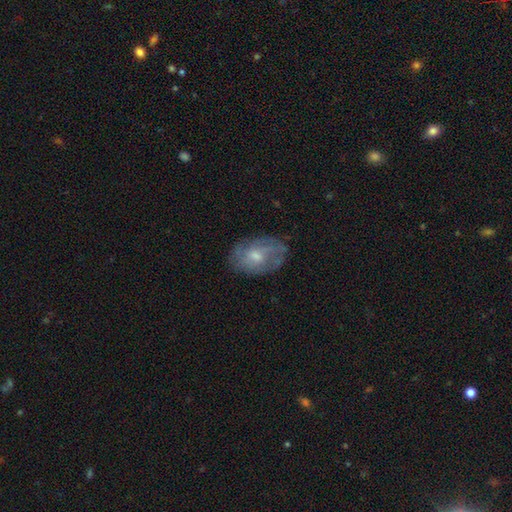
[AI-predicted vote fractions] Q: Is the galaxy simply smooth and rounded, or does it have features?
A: featured or disk — 56%.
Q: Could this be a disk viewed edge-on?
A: no — 94%.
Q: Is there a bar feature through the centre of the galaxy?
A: no — 65%.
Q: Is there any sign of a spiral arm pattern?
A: yes — 67%.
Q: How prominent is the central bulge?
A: moderate — 54%.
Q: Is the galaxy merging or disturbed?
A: none — 70%.